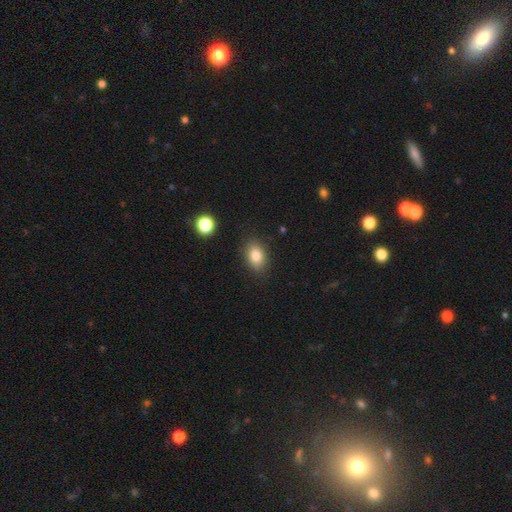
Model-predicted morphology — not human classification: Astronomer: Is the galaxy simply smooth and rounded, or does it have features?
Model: smooth — 84%.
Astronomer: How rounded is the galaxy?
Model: in between — 80%.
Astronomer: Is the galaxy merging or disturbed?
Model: none — 85%.